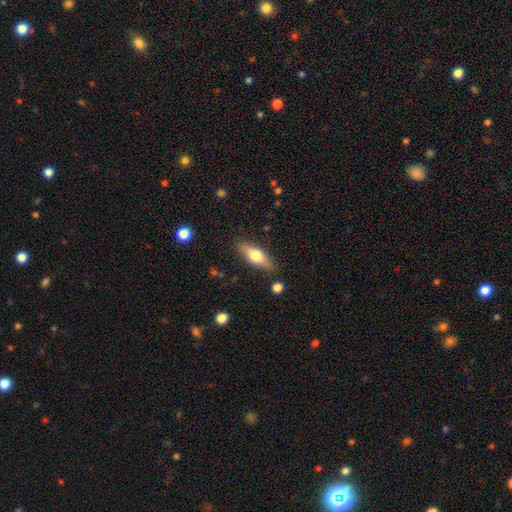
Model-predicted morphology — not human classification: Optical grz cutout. It shows a smooth galaxy with no disk features (62%) that is in between round and cigar-shaped (62%). Merging: none (84%).